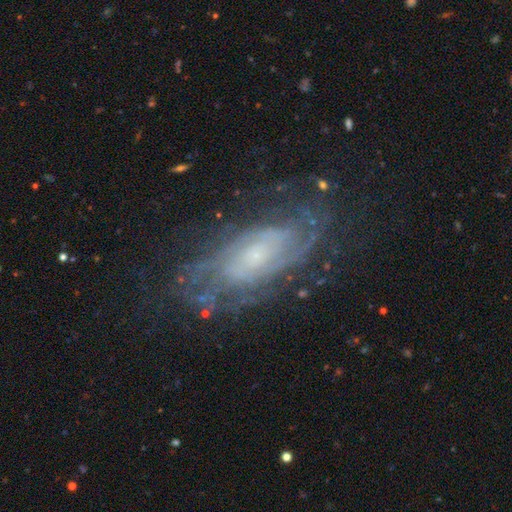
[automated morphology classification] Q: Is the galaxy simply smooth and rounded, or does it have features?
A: featured or disk — 81%.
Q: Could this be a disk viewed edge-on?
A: no — 91%.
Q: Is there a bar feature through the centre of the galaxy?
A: no — 67%.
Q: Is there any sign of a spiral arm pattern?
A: yes — 91%.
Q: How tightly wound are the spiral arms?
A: tight — 64%.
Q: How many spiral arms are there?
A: can't tell — 51%.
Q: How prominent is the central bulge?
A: small — 59%.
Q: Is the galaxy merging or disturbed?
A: none — 72%.